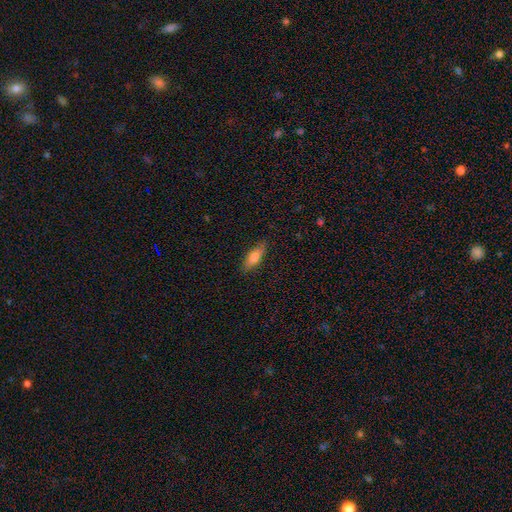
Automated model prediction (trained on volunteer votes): A smooth galaxy with no disk features (78%) that is in between round and cigar-shaped (63%).

Vote fractions:
- Smooth or featured? smooth: 78% / featured or disk: 16% / star or artifact: 7%
- How rounded? in between: 63% / cigar-shaped: 34% / round: 2%
- Merging? none: 84% / minor disturbance: 12% / major disturbance: 3% / merger: 1%